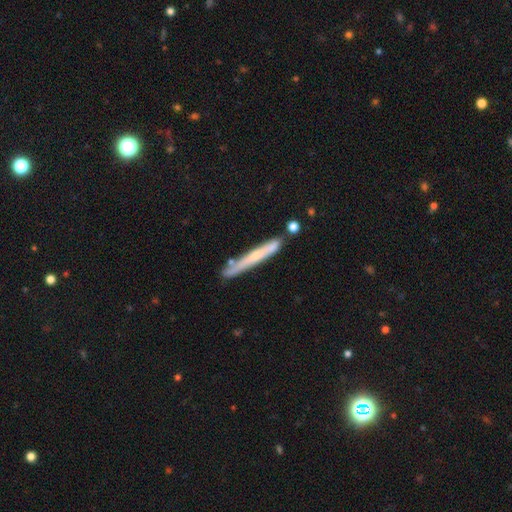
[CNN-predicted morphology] A featured or disk galaxy (51%) viewed edge-on (88%).

Vote fractions:
- Smooth or featured? featured or disk: 51% / smooth: 43% / star or artifact: 6%
- Edge-on disk? yes: 88% / no: 12%
- Merging? none: 71% / minor disturbance: 17% / merger: 8% / major disturbance: 3%